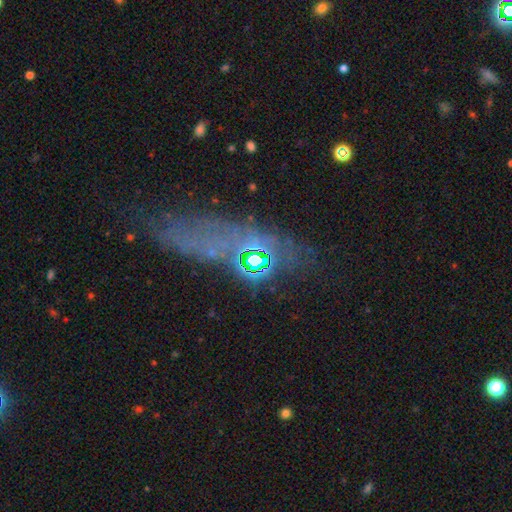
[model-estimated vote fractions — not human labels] Smooth or featured: star or artifact — 39% (smooth — 32%)